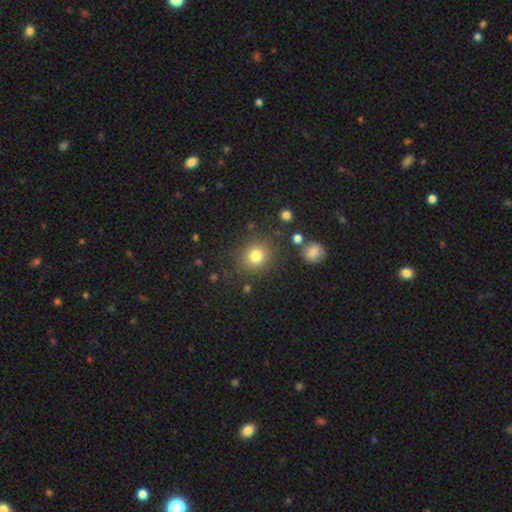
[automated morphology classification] Q: Smooth or featured?
A: smooth (80%); runner-up: star or artifact (13%)
Q: How rounded?
A: round (84%); runner-up: in between (15%)
Q: Merging?
A: none (83%); runner-up: minor disturbance (9%)